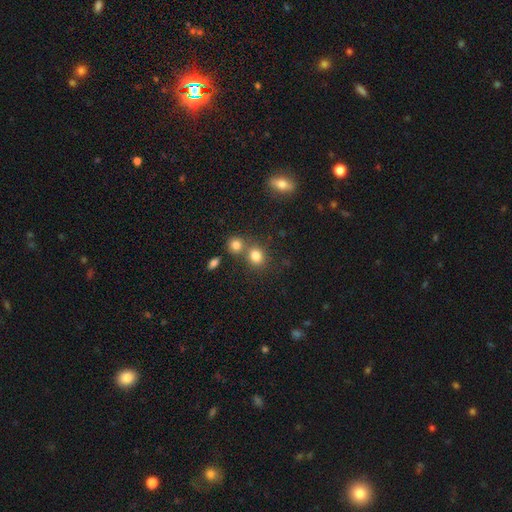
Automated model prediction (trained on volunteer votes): A smooth galaxy with no disk features (80%) that is round (72%). Merging: none (57%).